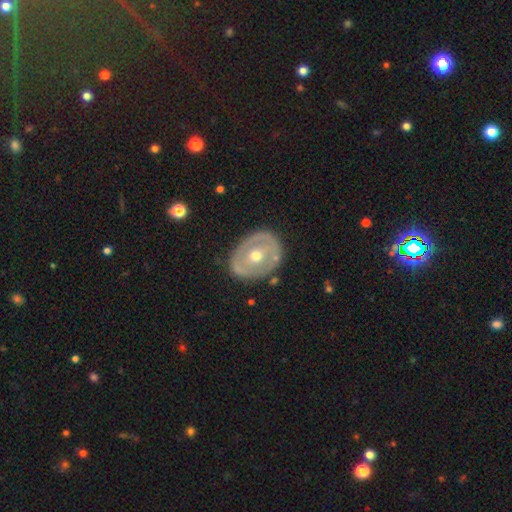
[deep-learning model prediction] Q: Smooth or featured?
A: featured or disk (65%); runner-up: smooth (29%)
Q: Edge-on disk?
A: no (94%); runner-up: yes (6%)
Q: Bar?
A: no (78%); runner-up: weak (15%)
Q: Spiral arms?
A: no (80%); runner-up: yes (20%)
Q: Bulge size?
A: moderate (71%); runner-up: small (24%)
Q: Merging?
A: none (80%); runner-up: minor disturbance (14%)